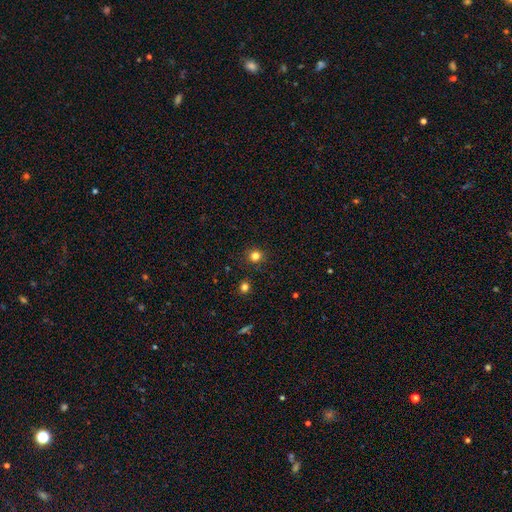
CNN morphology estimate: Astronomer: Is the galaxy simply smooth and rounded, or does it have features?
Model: smooth — 81%.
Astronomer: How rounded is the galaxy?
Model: round — 91%.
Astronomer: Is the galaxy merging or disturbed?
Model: none — 90%.